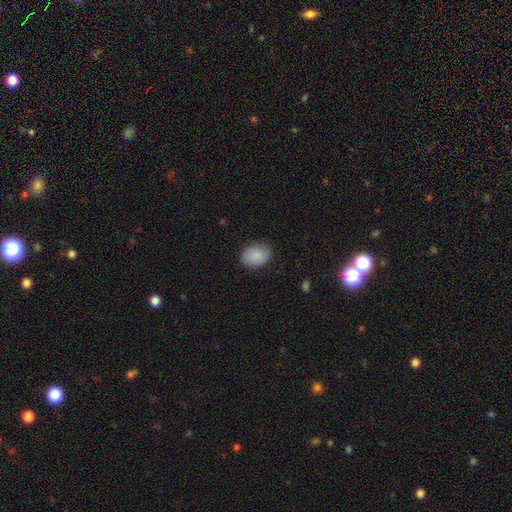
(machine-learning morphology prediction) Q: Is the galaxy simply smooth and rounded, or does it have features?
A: smooth — 85%.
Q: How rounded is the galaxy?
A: in between — 66%.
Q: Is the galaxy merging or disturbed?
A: none — 83%.